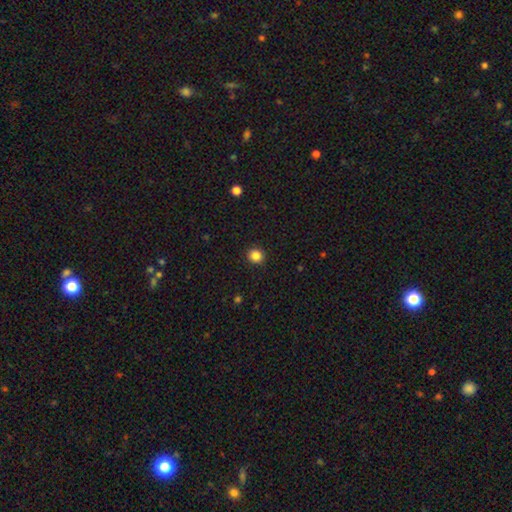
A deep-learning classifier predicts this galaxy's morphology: The model was most divided on "how rounded": round: 86%, in between: 13%, cigar-shaped: 1%. More confident: merging — none (92%); smooth or featured — smooth (85%).